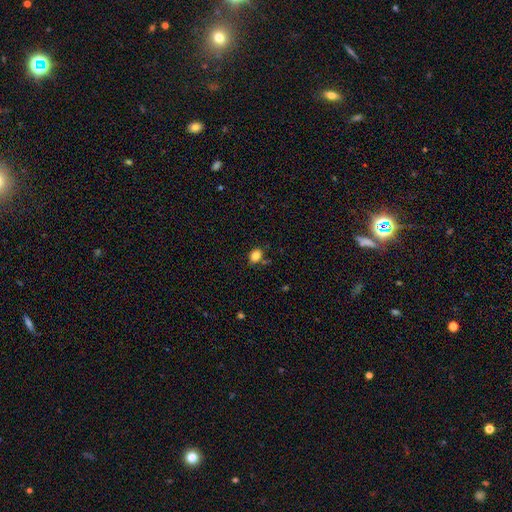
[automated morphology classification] Q: Smooth or featured?
A: smooth (84%); runner-up: star or artifact (11%)
Q: How rounded?
A: in between (60%); runner-up: round (39%)
Q: Merging?
A: none (72%); runner-up: minor disturbance (17%)